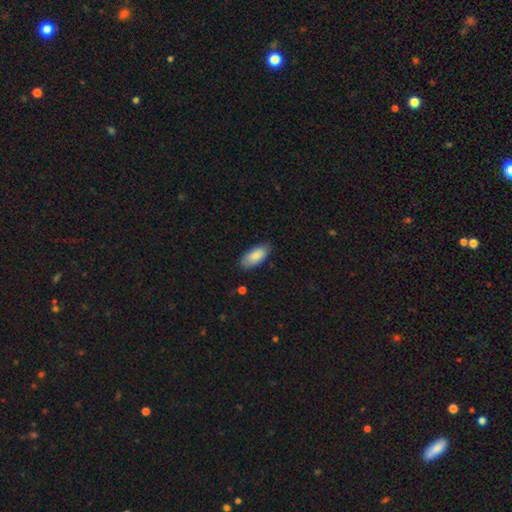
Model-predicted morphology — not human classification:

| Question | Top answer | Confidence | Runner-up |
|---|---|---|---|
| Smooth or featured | smooth | 87% | featured or disk (8%) |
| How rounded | in between | 90% | cigar-shaped (8%) |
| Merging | none | 80% | minor disturbance (16%) |